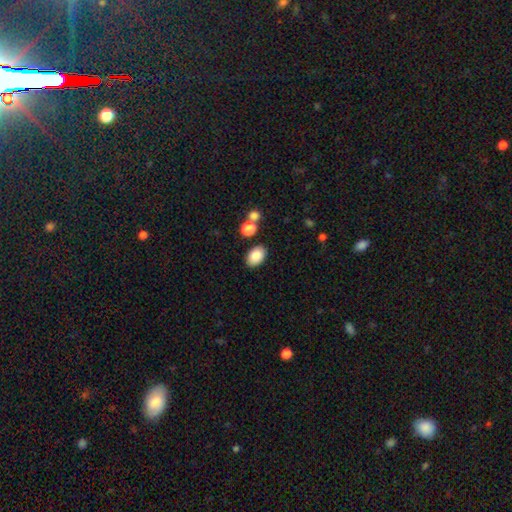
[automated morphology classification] smooth 86%, star or artifact 8%, featured or disk 6%. Down the decision tree: how rounded — in between (87%); merging — none (82%).